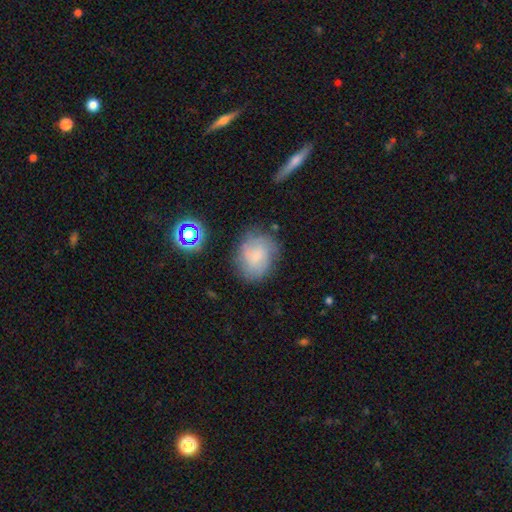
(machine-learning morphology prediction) smooth 54%, featured or disk 33%, star or artifact 12%. Down the decision tree: how rounded — round (57%); merging — none (68%).